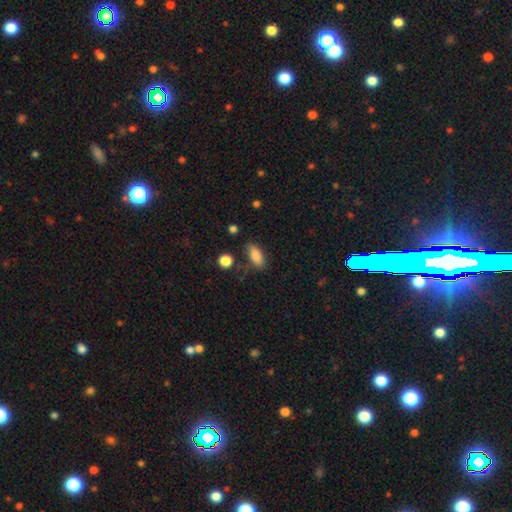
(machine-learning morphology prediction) Smooth or featured? Predicted: smooth (p=0.85). How rounded? Predicted: in between (p=0.85). Merging? Predicted: none (p=0.73).